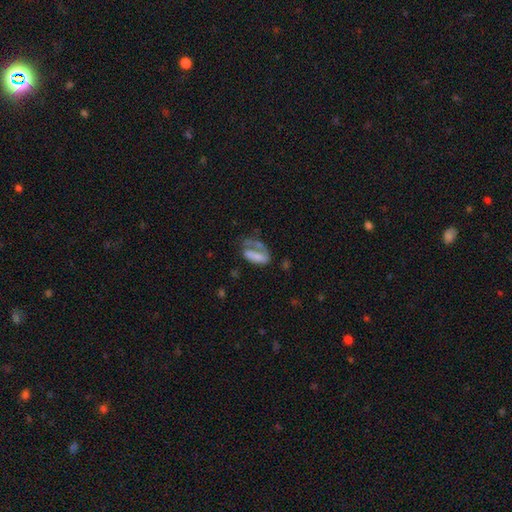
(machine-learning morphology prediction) Smooth or featured?
  - smooth: 54% *
  - featured or disk: 37%
  - star or artifact: 9%
How rounded?
  - in between: 81% *
  - cigar-shaped: 14%
  - round: 5%
Merging?
  - major disturbance: 45% *
  - none: 25%
  - minor disturbance: 17%
  - merger: 13%